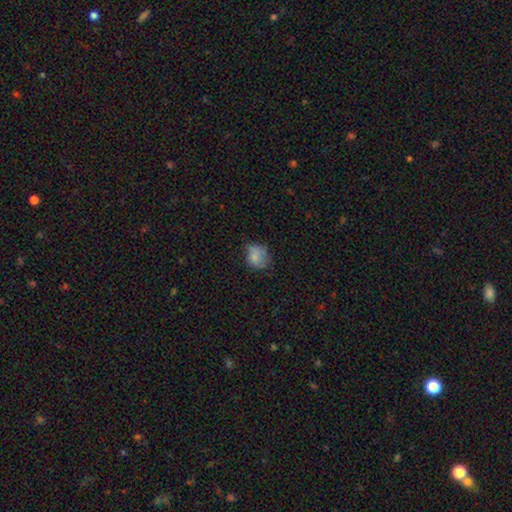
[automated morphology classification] A smooth galaxy with no disk features (74%) that is round (54%).

Vote fractions:
- Smooth or featured? smooth: 74% / featured or disk: 15% / star or artifact: 11%
- How rounded? round: 54% / in between: 45% / cigar-shaped: 1%
- Merging? none: 52% / minor disturbance: 32% / major disturbance: 14% / merger: 2%